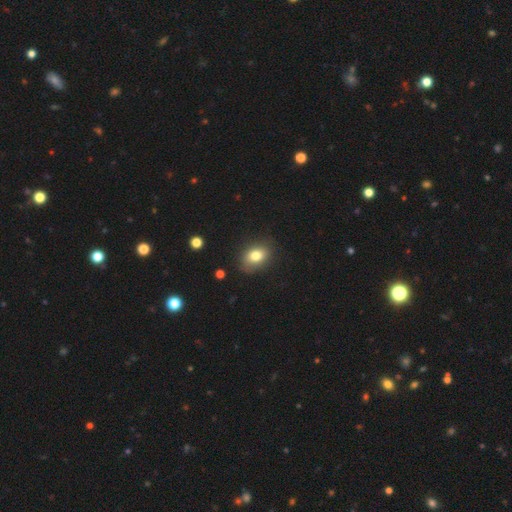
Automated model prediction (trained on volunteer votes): A smooth galaxy with no disk features (79%) that is in between round and cigar-shaped (72%).

Vote fractions:
- Smooth or featured? smooth: 79% / featured or disk: 12% / star or artifact: 10%
- How rounded? in between: 72% / round: 27% / cigar-shaped: 1%
- Merging? none: 80% / minor disturbance: 15% / major disturbance: 4% / merger: 2%